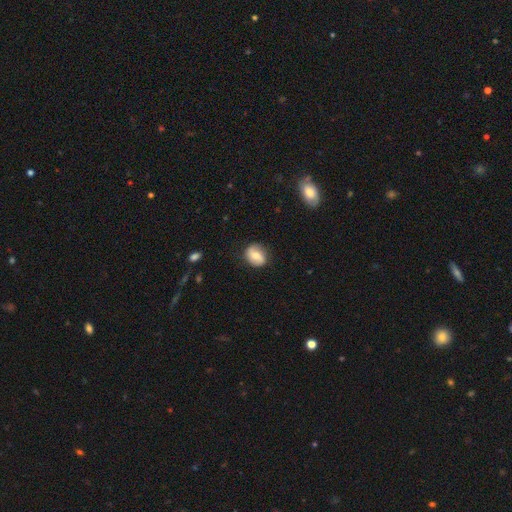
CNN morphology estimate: Smooth or featured? Predicted: smooth (p=0.52). How rounded? Predicted: round (p=0.54). Merging? Predicted: none (p=0.78).